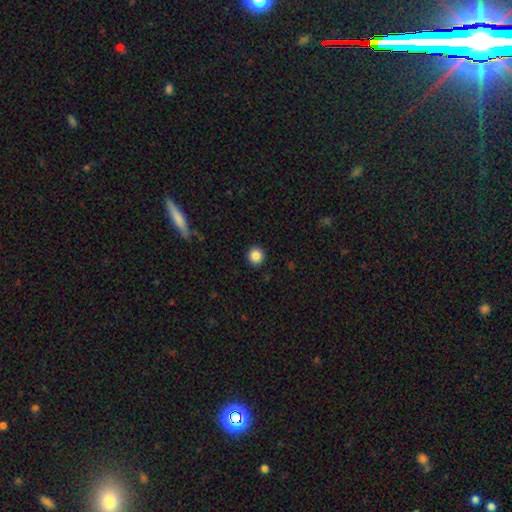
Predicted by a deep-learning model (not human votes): A smooth galaxy with no disk features (87%) that is round (93%).

Vote fractions:
- Smooth or featured? smooth: 87% / star or artifact: 10% / featured or disk: 4%
- How rounded? round: 93% / in between: 6% / cigar-shaped: 1%
- Merging? none: 92% / minor disturbance: 5% / major disturbance: 2% / merger: 1%